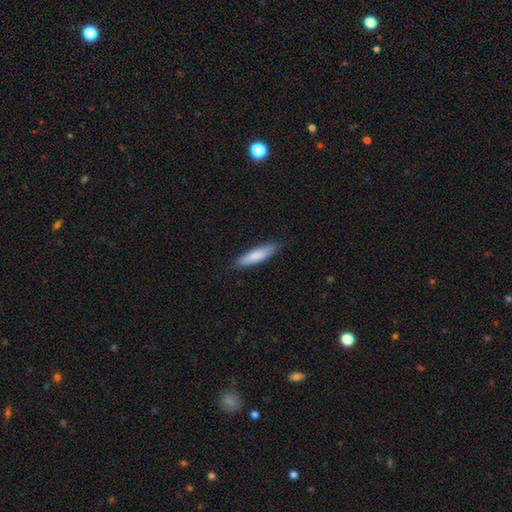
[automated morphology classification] This appears to be a smooth galaxy with no disk features (81%) that is cigar-shaped (76%). Merging: none (86%).